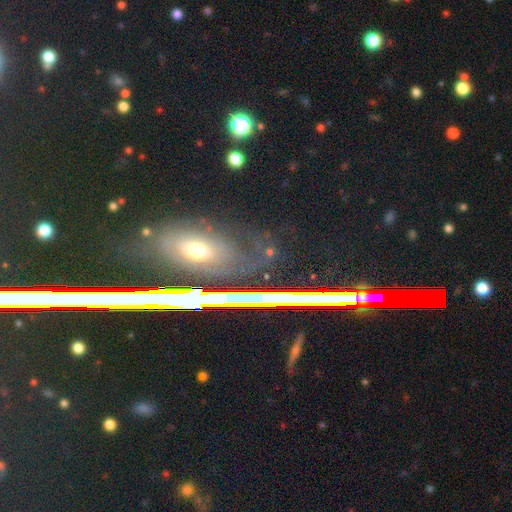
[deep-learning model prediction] A star or artifact, not a galaxy (43%).

Vote fractions:
- Smooth or featured? star or artifact: 43% / smooth: 33% / featured or disk: 24%